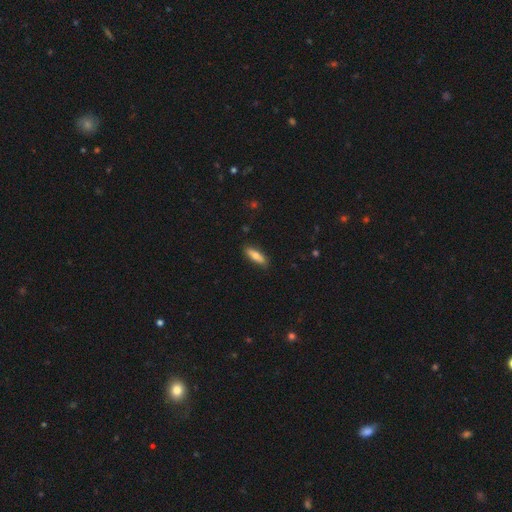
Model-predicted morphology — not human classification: Smooth or featured? smooth (72%)
How rounded? cigar-shaped (54%)
Merging? none (86%)